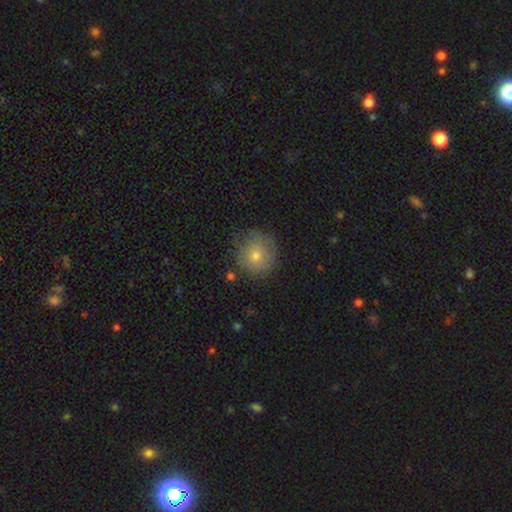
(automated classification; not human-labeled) Q: Smooth or featured?
A: smooth (74%); runner-up: featured or disk (17%)
Q: How rounded?
A: round (90%); runner-up: in between (9%)
Q: Merging?
A: none (73%); runner-up: minor disturbance (19%)